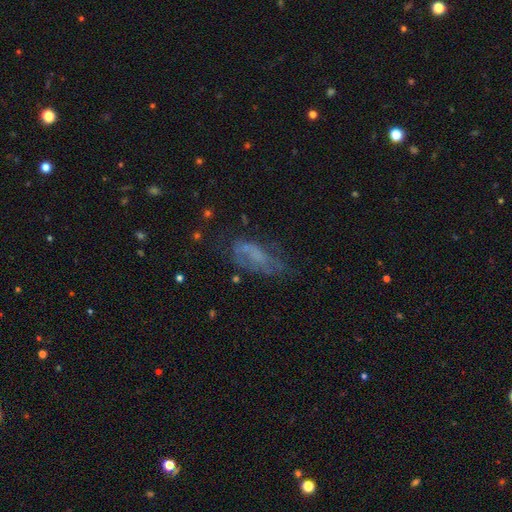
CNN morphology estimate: Smooth or featured?
  - featured or disk: 44% *
  - smooth: 41%
  - star or artifact: 15%
Merging?
  - none: 44% *
  - minor disturbance: 26%
  - major disturbance: 26%
  - merger: 4%